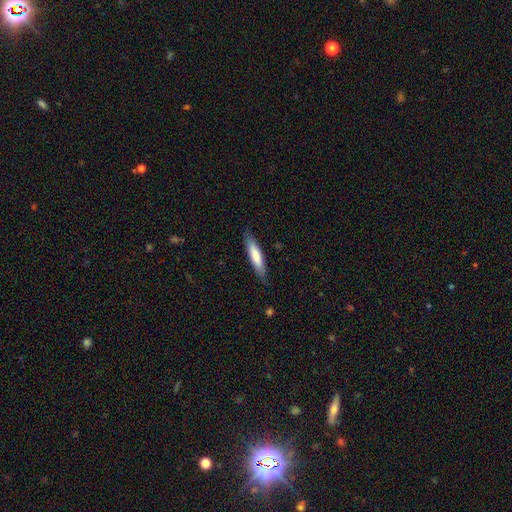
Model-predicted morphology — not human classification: This is likely a smooth galaxy (74%). How rounded: clearly cigar-shaped (81%). Merging: clearly none (84%).